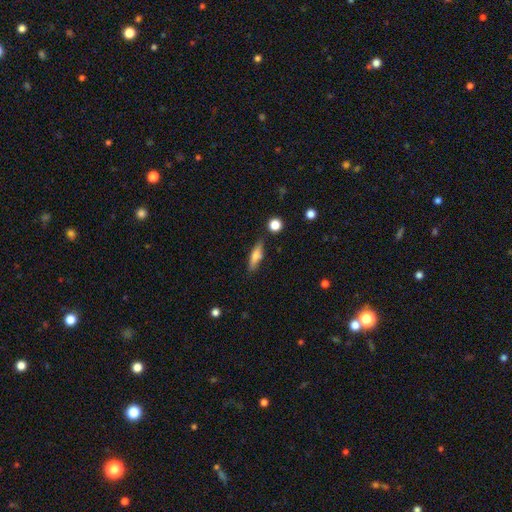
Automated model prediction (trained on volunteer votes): smooth-or-featured: smooth: 62% | featured or disk: 30% | star or artifact: 8%
  how-rounded: cigar-shaped: 62% | in between: 35% | round: 3%
  merging: none: 82% | minor disturbance: 12% | merger: 3% | major disturbance: 3%